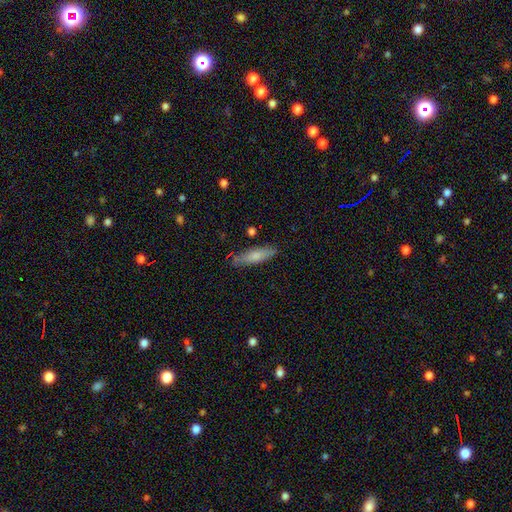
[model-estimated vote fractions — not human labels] Smooth or featured? Predicted: smooth (p=0.72). How rounded? Predicted: cigar-shaped (p=0.65). Merging? Predicted: none (p=0.80).